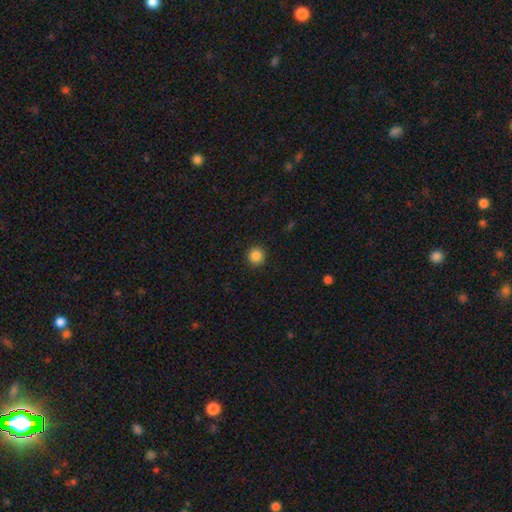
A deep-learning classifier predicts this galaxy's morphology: Smooth or featured: smooth — 86% (star or artifact — 10%)
How rounded: round — 95% (in between — 4%)
Merging: none — 92% (minor disturbance — 5%)